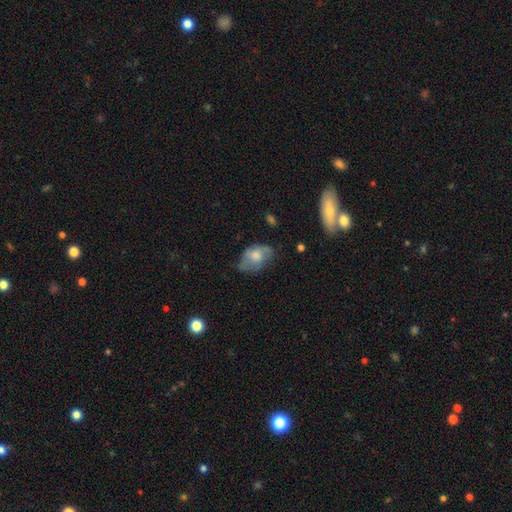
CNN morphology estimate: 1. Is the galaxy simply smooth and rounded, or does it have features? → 60% smooth, 33% featured or disk, 7% star or artifact.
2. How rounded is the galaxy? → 86% in between, 12% round, 2% cigar-shaped.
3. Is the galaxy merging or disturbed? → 43% none, 36% minor disturbance, 19% major disturbance, 2% merger.